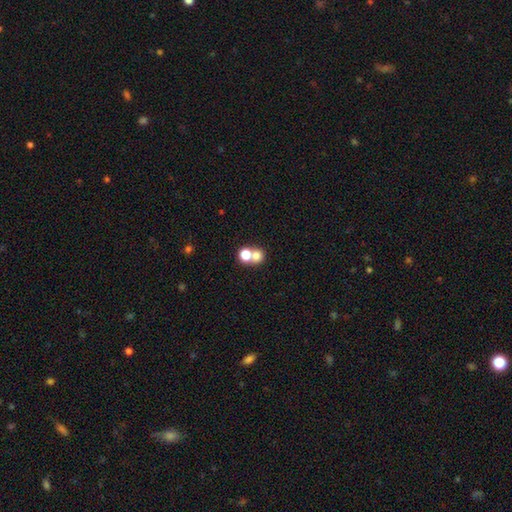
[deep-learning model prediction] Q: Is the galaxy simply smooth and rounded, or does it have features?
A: smooth — 73%.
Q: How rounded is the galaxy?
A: round — 79%.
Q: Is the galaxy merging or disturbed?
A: merger — 53%.